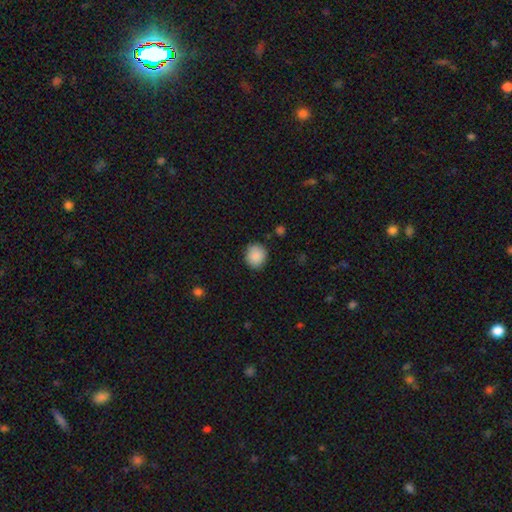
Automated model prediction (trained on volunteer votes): This is clearly a smooth galaxy (88%). How rounded: clearly round (81%). Merging: clearly none (87%).